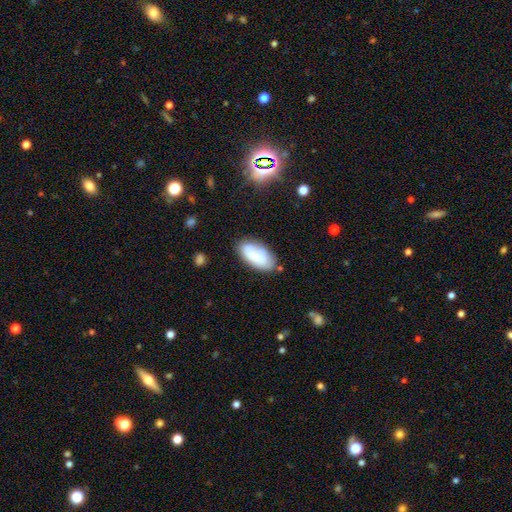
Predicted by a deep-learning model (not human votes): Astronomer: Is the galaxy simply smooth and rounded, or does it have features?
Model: smooth — 66%.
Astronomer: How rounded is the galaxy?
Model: in between — 93%.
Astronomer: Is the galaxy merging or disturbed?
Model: none — 70%.